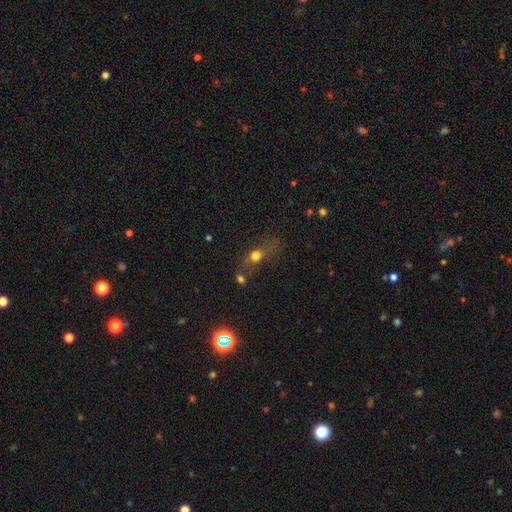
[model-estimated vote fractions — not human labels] Smooth or featured: smooth — 61% (star or artifact — 22%)
How rounded: round — 54% (in between — 37%)
Merging: none — 47% (merger — 19%)